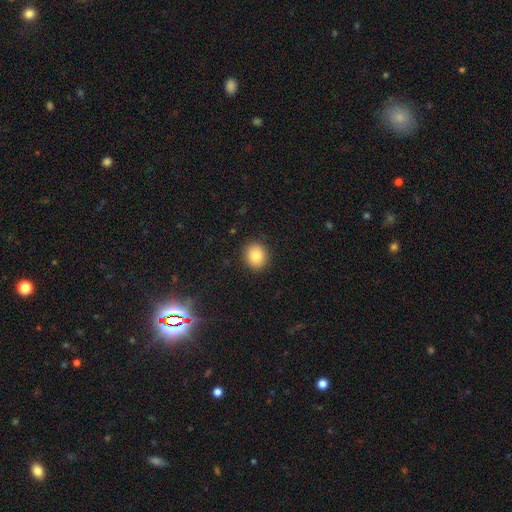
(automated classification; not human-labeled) Morphology: type=smooth (85%); roundness=round (73%); merging=none (90%).